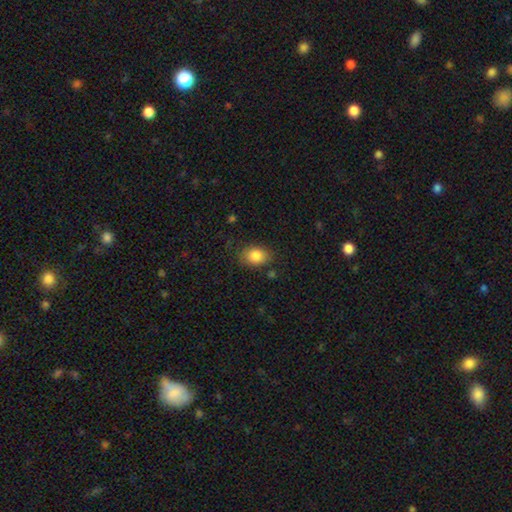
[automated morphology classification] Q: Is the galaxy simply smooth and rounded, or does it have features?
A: smooth — 85%.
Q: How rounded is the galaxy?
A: in between — 65%.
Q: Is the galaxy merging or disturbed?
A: none — 77%.